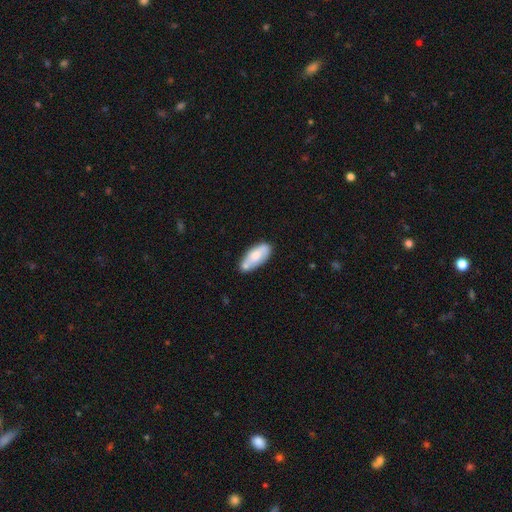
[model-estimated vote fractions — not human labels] A smooth galaxy with no disk features (66%) that is in between round and cigar-shaped (82%). Merging: none (58%).